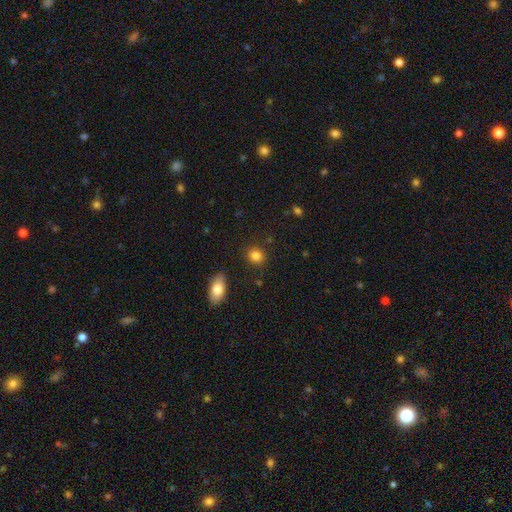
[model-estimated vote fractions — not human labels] Overall: smooth (85%). How rounded: round (71%). Merging: none (87%).